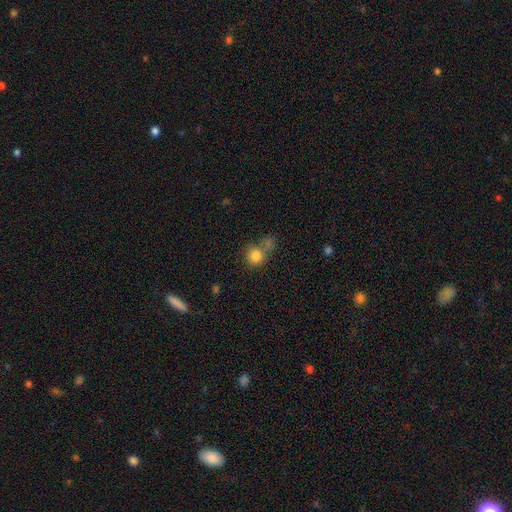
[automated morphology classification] The model was most divided on "merging": none: 46%, merger: 36%, minor disturbance: 11%, major disturbance: 6%. More confident: how rounded — round (86%); smooth or featured — smooth (82%).